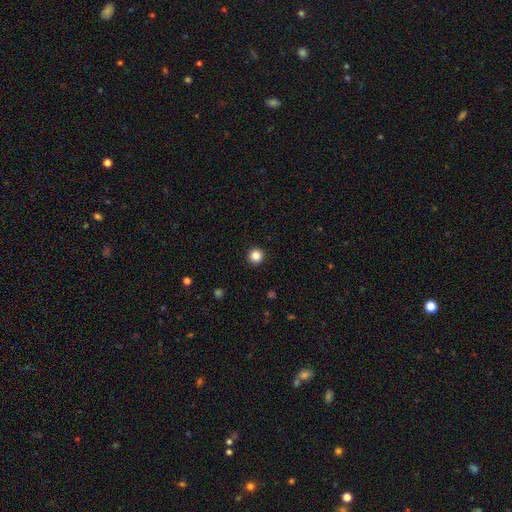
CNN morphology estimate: The model was most divided on "smooth or featured": smooth: 86%, star or artifact: 11%, featured or disk: 4%. More confident: how rounded — round (96%); merging — none (93%).